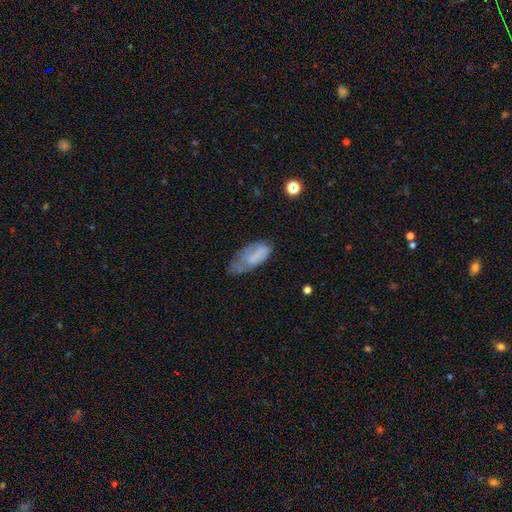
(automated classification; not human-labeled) Q: Smooth or featured?
A: smooth (67%); runner-up: featured or disk (25%)
Q: How rounded?
A: in between (86%); runner-up: cigar-shaped (11%)
Q: Merging?
A: minor disturbance (37%); runner-up: none (36%)